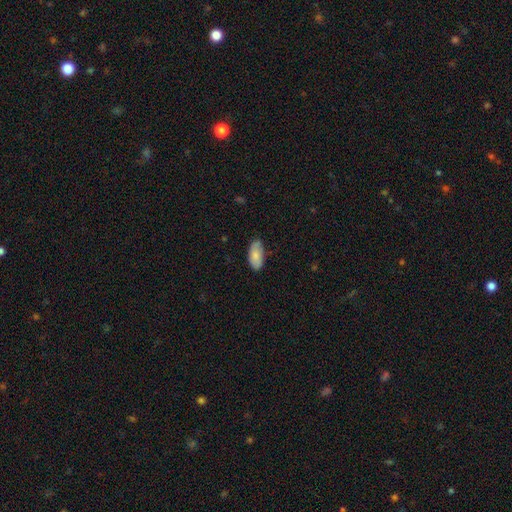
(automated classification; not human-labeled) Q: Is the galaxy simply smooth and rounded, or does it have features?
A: smooth — 78%.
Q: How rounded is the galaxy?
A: in between — 93%.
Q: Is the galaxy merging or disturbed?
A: none — 74%.